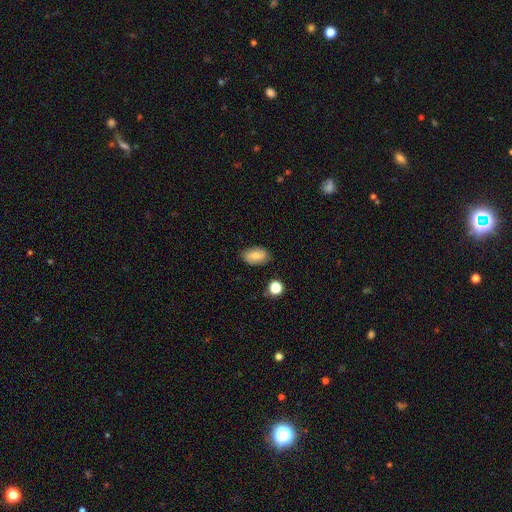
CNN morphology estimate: A smooth galaxy with no disk features (71%) that is in between round and cigar-shaped (89%). Merging: none (82%).